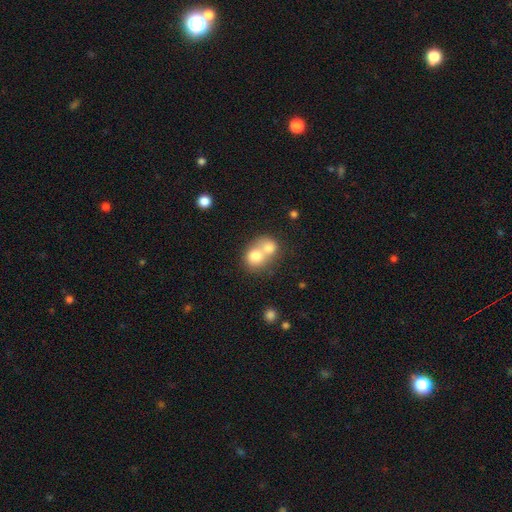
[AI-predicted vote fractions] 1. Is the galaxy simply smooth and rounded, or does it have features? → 73% smooth, 18% featured or disk, 9% star or artifact.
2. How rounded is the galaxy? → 69% round, 30% in between, 1% cigar-shaped.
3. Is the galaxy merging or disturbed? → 73% merger, 20% none, 5% minor disturbance, 3% major disturbance.